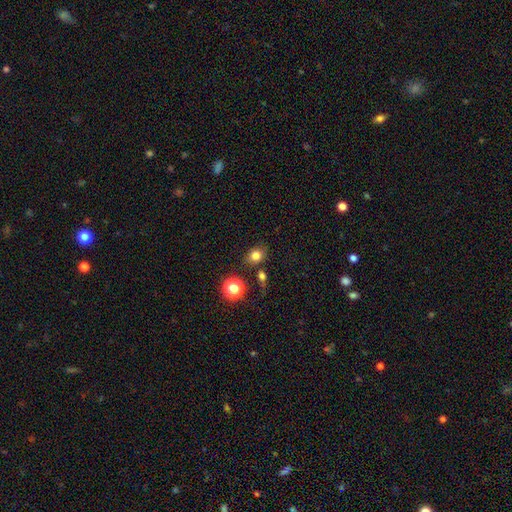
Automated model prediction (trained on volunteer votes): smooth 78%, star or artifact 15%, featured or disk 7%. Down the decision tree: how rounded — round (53%); merging — none (74%).